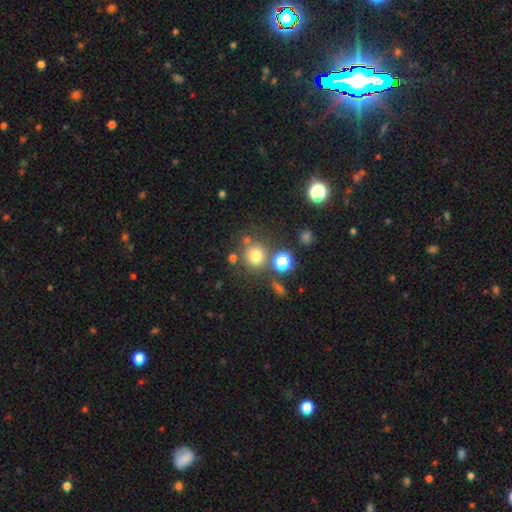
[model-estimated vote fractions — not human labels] Q: Smooth or featured?
A: smooth (73%); runner-up: star or artifact (18%)
Q: How rounded?
A: round (91%); runner-up: in between (8%)
Q: Merging?
A: none (74%); runner-up: merger (12%)